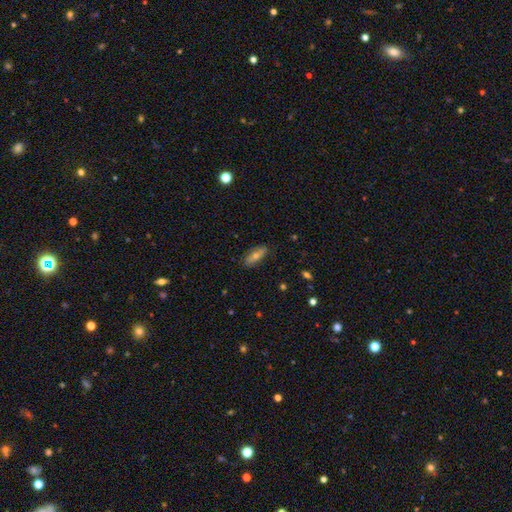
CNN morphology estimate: The model was most divided on "smooth or featured": smooth: 53%, featured or disk: 35%, star or artifact: 11%. More confident: merging — none (85%); how rounded — in between (67%).